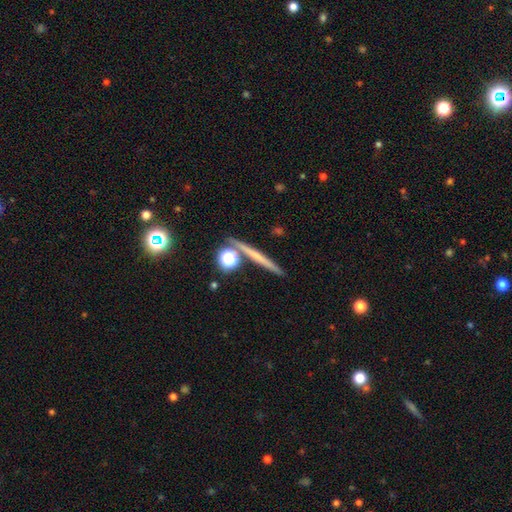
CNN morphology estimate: smooth_or_featured: smooth (p=0.48) [alt: featured or disk p=0.42]
merging: none (p=0.83) [alt: minor disturbance p=0.07]